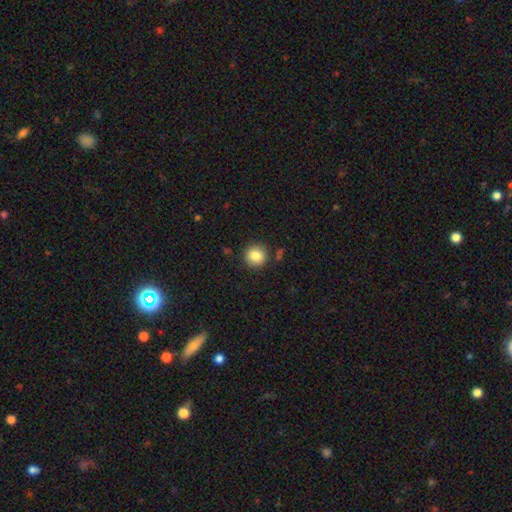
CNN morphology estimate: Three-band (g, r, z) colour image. It shows a smooth galaxy with no disk features (85%) that is round (91%). Merging: none (87%).